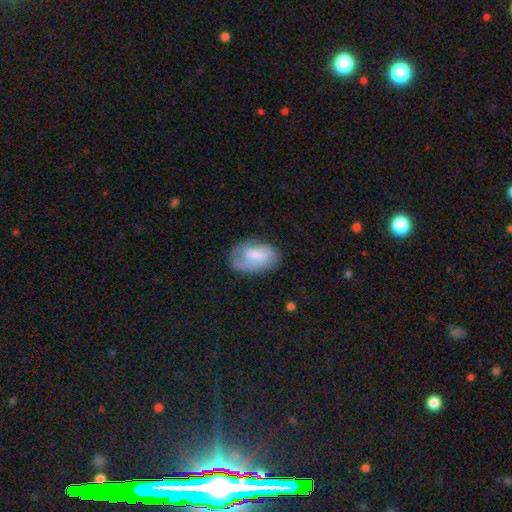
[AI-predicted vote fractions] Morphology: type=smooth (50%); roundness=in between (90%); merging=none (63%).